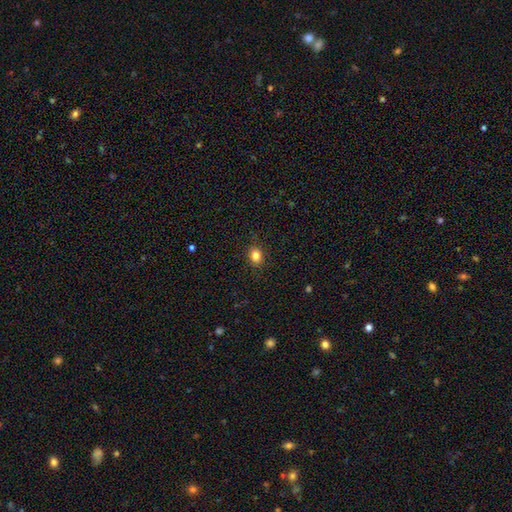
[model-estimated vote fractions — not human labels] smooth_or_featured: smooth (p=0.83) [alt: star or artifact p=0.12]
how_rounded: round (p=0.58) [alt: in between p=0.41]
merging: none (p=0.88) [alt: minor disturbance p=0.09]